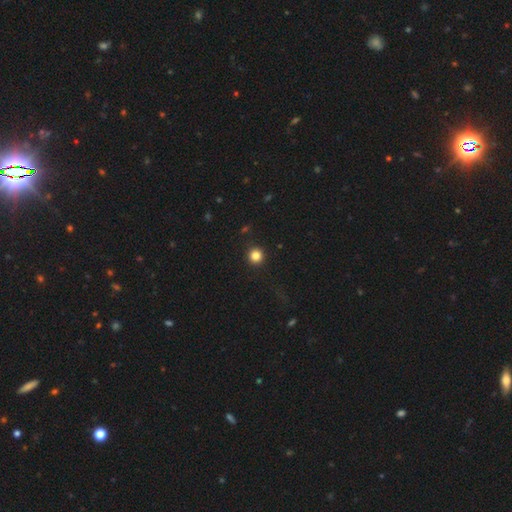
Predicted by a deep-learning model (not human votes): Overall: smooth (84%). How rounded: round (95%). Merging: none (92%).